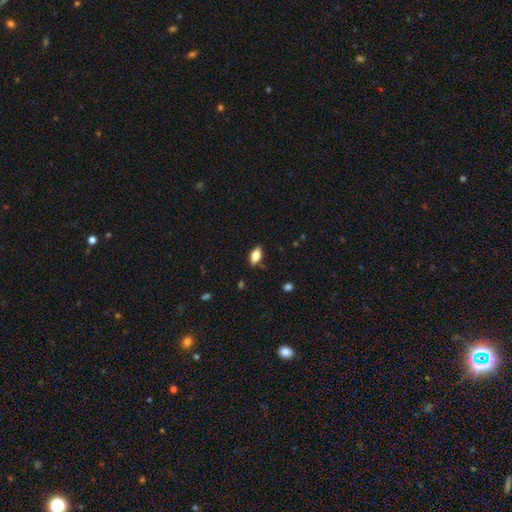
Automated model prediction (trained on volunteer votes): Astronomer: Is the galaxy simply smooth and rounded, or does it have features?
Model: smooth — 77%.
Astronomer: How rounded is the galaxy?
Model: in between — 87%.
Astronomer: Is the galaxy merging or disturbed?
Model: none — 85%.